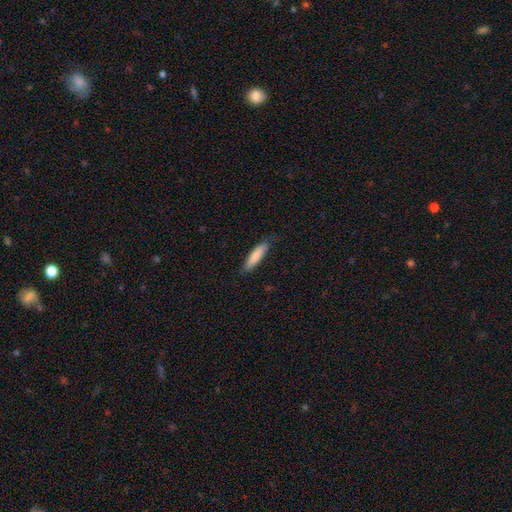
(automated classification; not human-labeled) Smooth or featured? Predicted: smooth (p=0.82). How rounded? Predicted: cigar-shaped (p=0.71). Merging? Predicted: none (p=0.79).